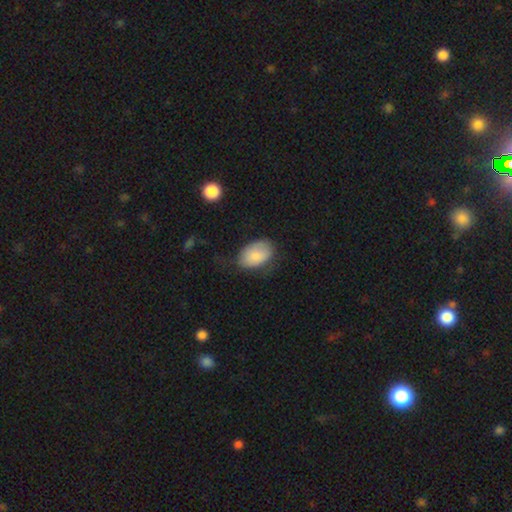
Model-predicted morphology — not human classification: Smooth or featured?
  - smooth: 83% *
  - featured or disk: 11%
  - star or artifact: 6%
How rounded?
  - in between: 89% *
  - round: 10%
  - cigar-shaped: 1%
Merging?
  - none: 56% *
  - minor disturbance: 31%
  - major disturbance: 11%
  - merger: 2%